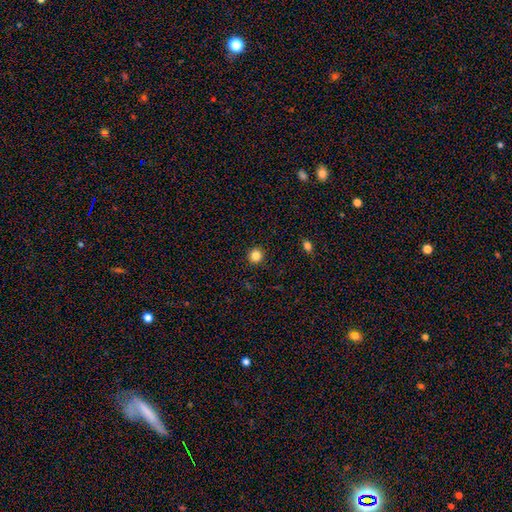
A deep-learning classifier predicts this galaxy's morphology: Overall: smooth (83%). How rounded: round (94%). Merging: none (93%).